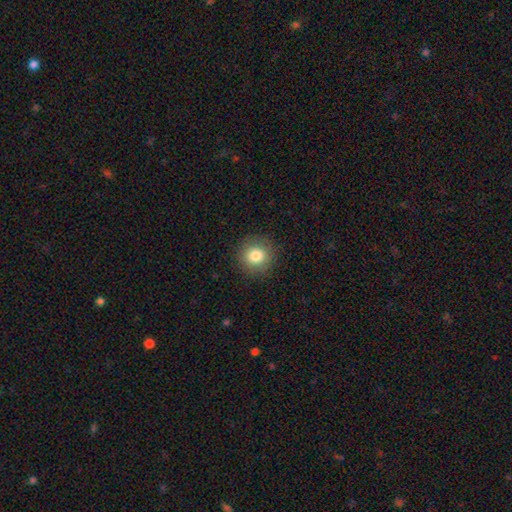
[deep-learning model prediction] Smooth or featured?
  - smooth: 81% *
  - star or artifact: 11%
  - featured or disk: 8%
How rounded?
  - round: 92% *
  - in between: 7%
  - cigar-shaped: 1%
Merging?
  - none: 89% *
  - minor disturbance: 7%
  - major disturbance: 3%
  - merger: 1%